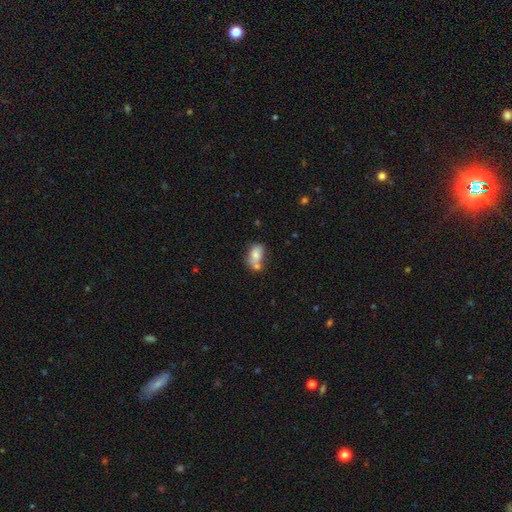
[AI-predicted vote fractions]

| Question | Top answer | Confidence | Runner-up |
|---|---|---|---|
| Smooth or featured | smooth | 72% | featured or disk (19%) |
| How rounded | in between | 84% | round (14%) |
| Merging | merger | 40% | none (33%) |